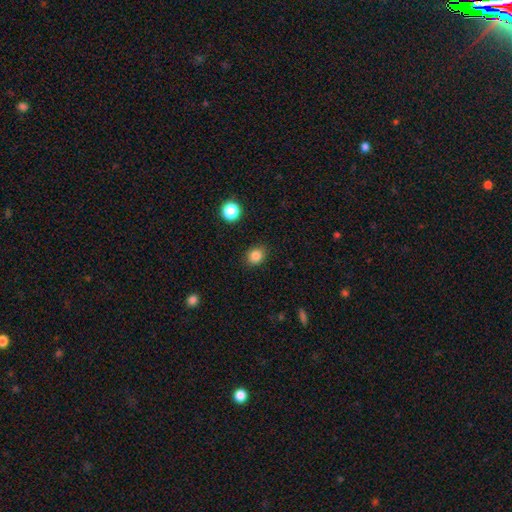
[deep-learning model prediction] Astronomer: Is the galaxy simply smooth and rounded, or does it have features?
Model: smooth — 85%.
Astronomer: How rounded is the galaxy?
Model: round — 66%.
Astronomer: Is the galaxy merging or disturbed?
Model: none — 87%.